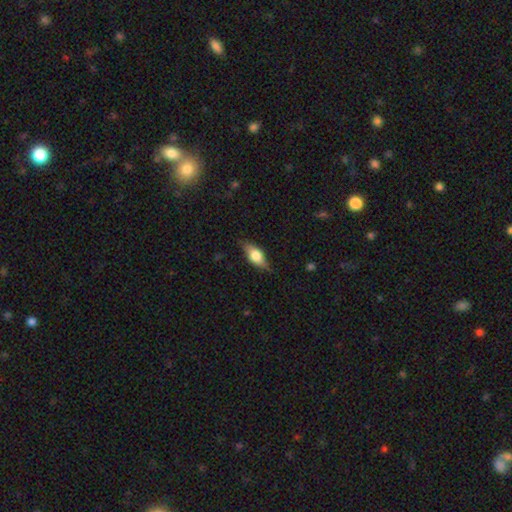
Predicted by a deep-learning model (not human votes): Smooth or featured: smooth — 58% (featured or disk — 35%)
How rounded: in between — 77% (cigar-shaped — 17%)
Merging: none — 81% (minor disturbance — 15%)